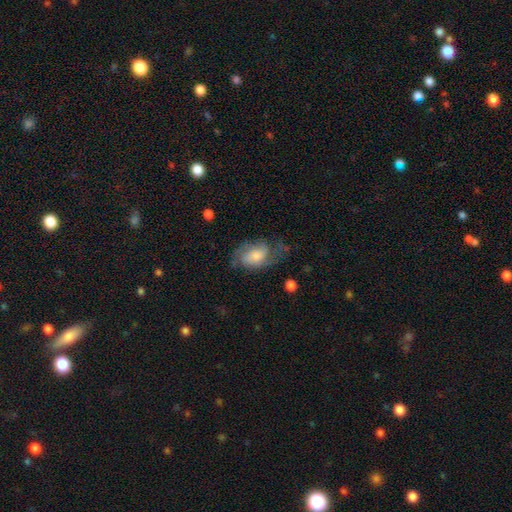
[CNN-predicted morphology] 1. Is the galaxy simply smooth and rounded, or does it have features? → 56% featured or disk, 37% smooth, 7% star or artifact.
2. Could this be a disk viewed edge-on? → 96% no, 4% yes.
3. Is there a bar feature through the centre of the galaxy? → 64% no, 30% weak, 6% strong.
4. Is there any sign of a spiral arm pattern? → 86% yes, 14% no.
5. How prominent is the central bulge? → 39% moderate, 37% small, 15% large, 6% none, 3% dominant.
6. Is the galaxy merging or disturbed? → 50% none, 26% minor disturbance, 22% major disturbance, 2% merger.